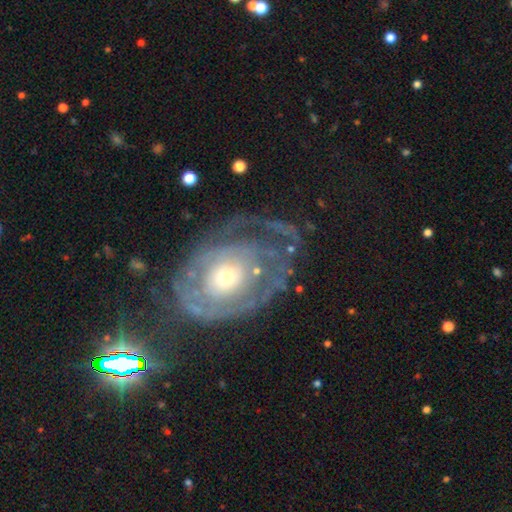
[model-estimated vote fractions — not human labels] The model was most divided on "bulge size": small: 49%, moderate: 42%, large: 6%, dominant: 2%, none: 1%. More confident: edge-on disk — no (95%); bar — no (84%); smooth or featured — featured or disk (76%); spiral arms — yes (65%); merging — none (55%).